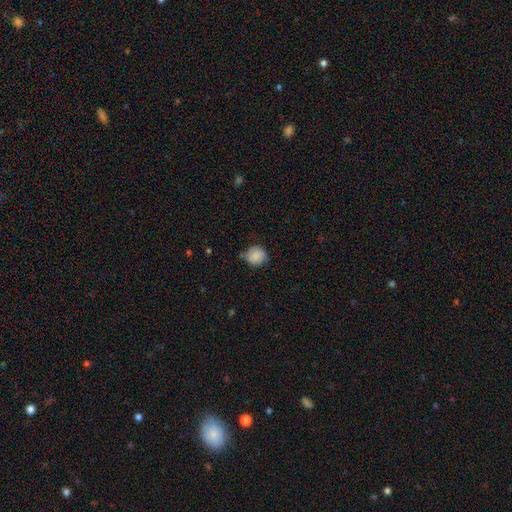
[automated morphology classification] smooth-or-featured: smooth: 79% | featured or disk: 13% | star or artifact: 8%
  how-rounded: round: 82% | in between: 17% | cigar-shaped: 1%
  merging: none: 67% | minor disturbance: 26% | major disturbance: 5% | merger: 3%